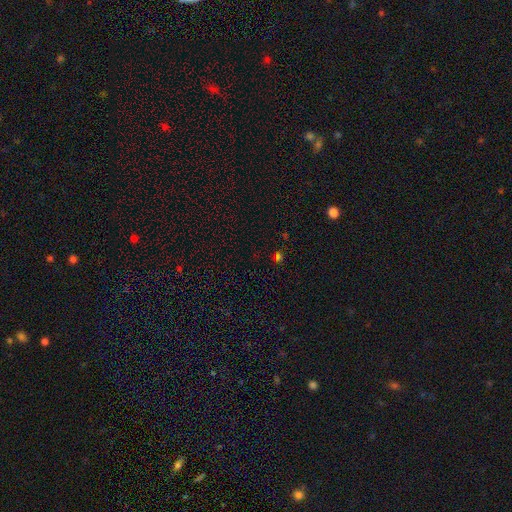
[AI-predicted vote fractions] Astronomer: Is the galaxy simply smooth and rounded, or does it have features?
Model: star or artifact — 50% (runner-up: smooth, 45%).